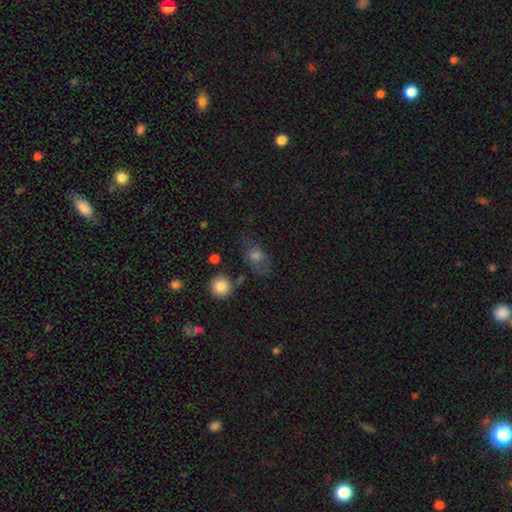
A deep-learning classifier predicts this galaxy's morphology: Smooth or featured: smooth — 67% (featured or disk — 19%)
How rounded: in between — 71% (round — 25%)
Merging: none — 59% (minor disturbance — 24%)